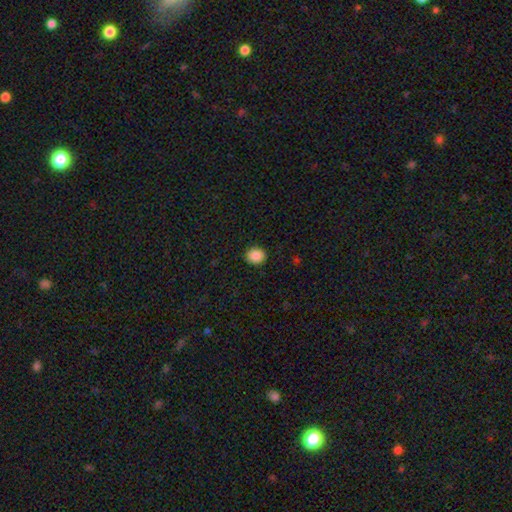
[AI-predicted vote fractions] Q: Smooth or featured?
A: smooth (89%); runner-up: star or artifact (9%)
Q: How rounded?
A: round (75%); runner-up: in between (24%)
Q: Merging?
A: none (90%); runner-up: minor disturbance (7%)